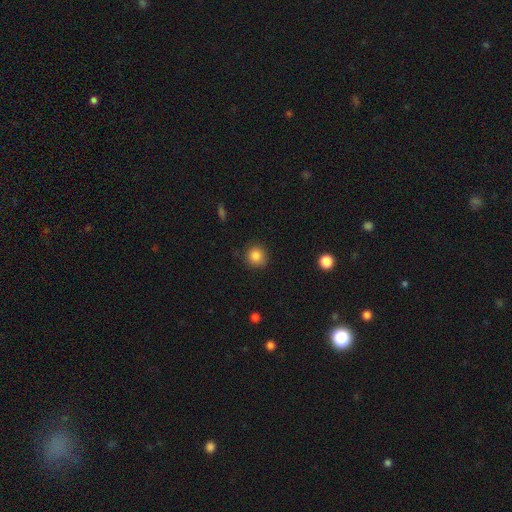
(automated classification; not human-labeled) smooth-or-featured: smooth: 86% | star or artifact: 10% | featured or disk: 5%
  how-rounded: round: 90% | in between: 9% | cigar-shaped: 1%
  merging: none: 86% | minor disturbance: 10% | major disturbance: 3% | merger: 1%